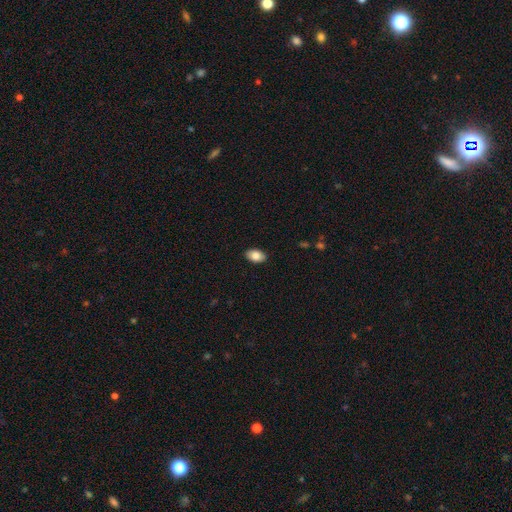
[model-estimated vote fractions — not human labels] smooth-or-featured: smooth: 85% | featured or disk: 8% | star or artifact: 7%
  how-rounded: in between: 92% | round: 7% | cigar-shaped: 1%
  merging: none: 89% | minor disturbance: 8% | major disturbance: 2% | merger: 1%